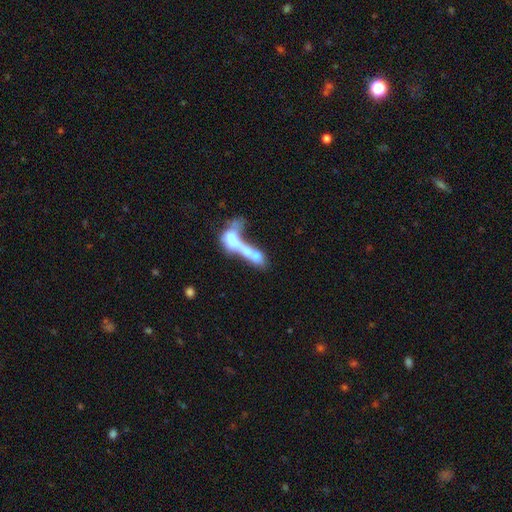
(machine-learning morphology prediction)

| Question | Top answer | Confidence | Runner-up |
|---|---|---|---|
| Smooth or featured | smooth | 45% | featured or disk (44%) |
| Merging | merger | 72% | major disturbance (15%) |